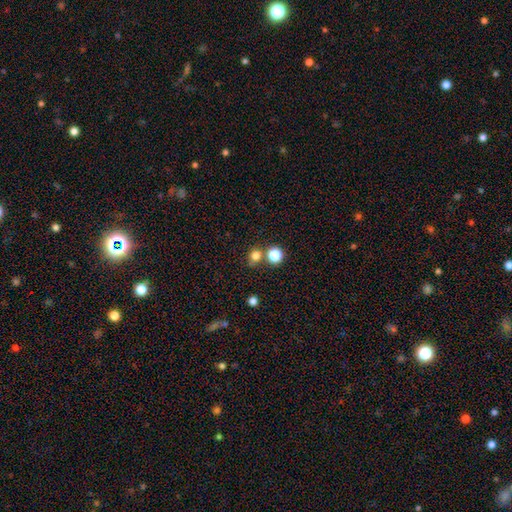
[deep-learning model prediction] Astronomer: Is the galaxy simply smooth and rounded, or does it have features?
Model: smooth — 77%.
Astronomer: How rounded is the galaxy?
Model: round — 84%.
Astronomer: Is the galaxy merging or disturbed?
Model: none — 65%.